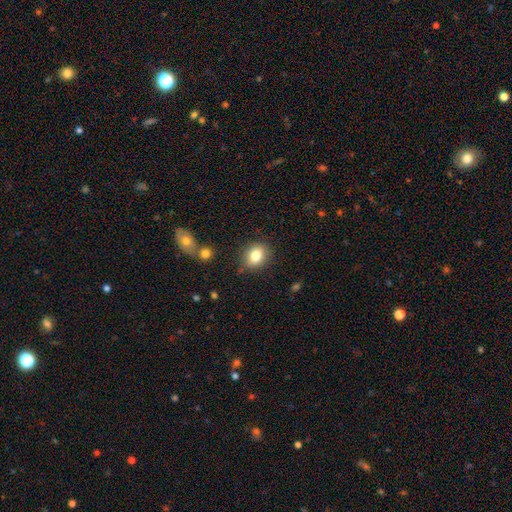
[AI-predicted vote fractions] Morphology: type=smooth (82%); roundness=in between (53%); merging=none (81%).